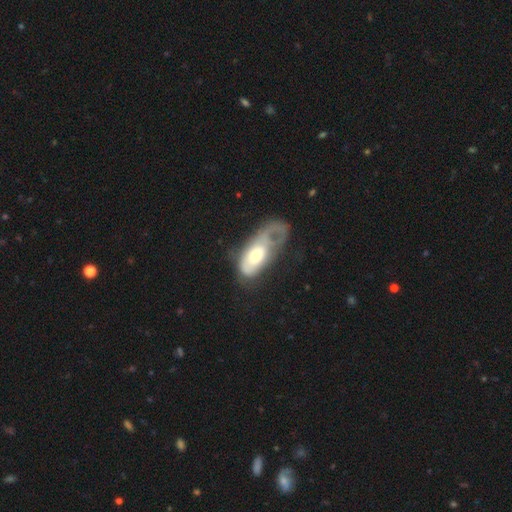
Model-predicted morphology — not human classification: type=featured or disk (48%); merging=major disturbance (54%).